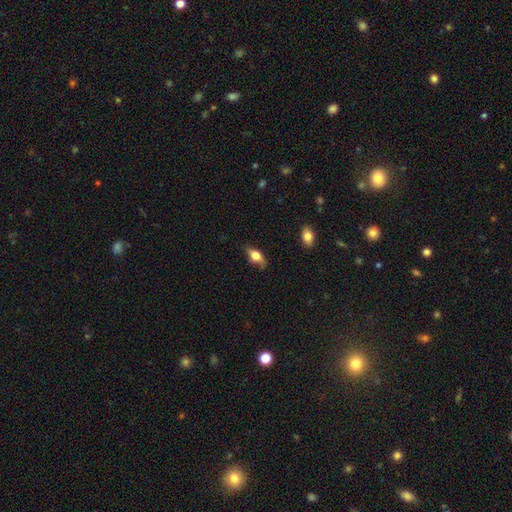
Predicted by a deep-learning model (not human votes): Smooth or featured: smooth — 50% (featured or disk — 42%)
How rounded: in between — 73% (cigar-shaped — 17%)
Merging: none — 70% (minor disturbance — 22%)